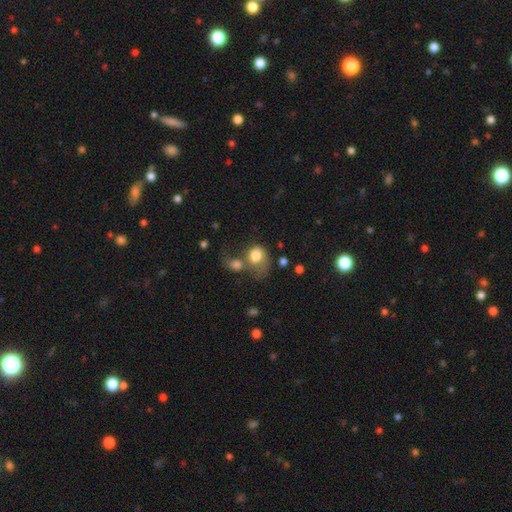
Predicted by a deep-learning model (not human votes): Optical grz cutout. It shows a smooth galaxy with no disk features (73%) that is in between round and cigar-shaped (53%). Merging: merger (54%).